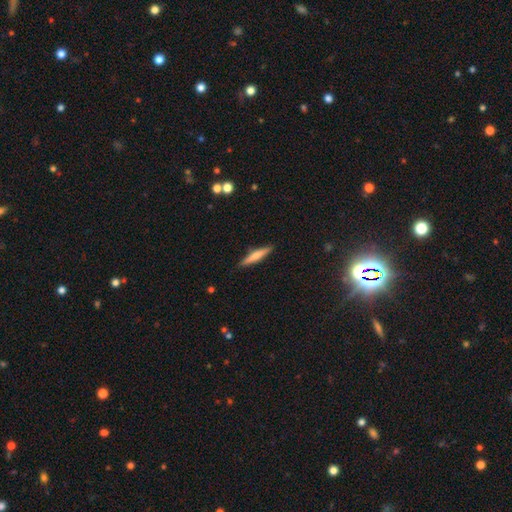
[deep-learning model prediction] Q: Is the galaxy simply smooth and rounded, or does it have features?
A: smooth — 58%.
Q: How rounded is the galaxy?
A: cigar-shaped — 89%.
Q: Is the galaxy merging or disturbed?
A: none — 89%.